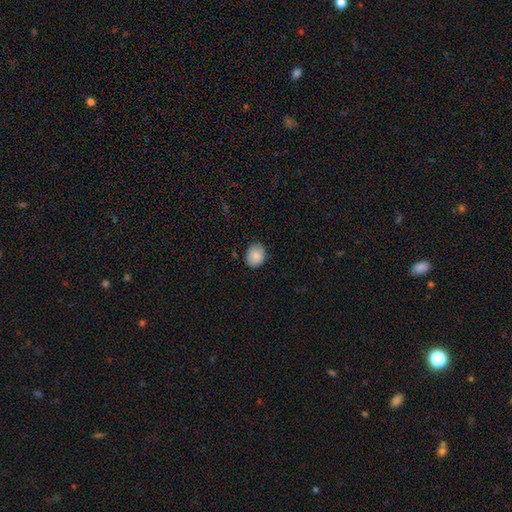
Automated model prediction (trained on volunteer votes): Smooth or featured? Predicted: smooth (p=0.85). How rounded? Predicted: round (p=0.54). Merging? Predicted: none (p=0.81).